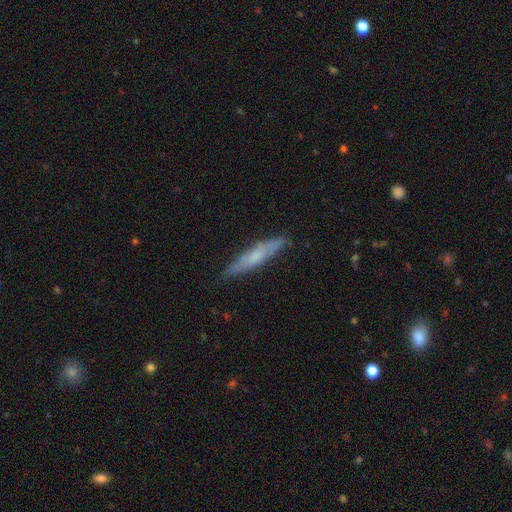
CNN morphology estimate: smooth 49%, featured or disk 45%, star or artifact 7%. Down the decision tree: merging — none (83%).